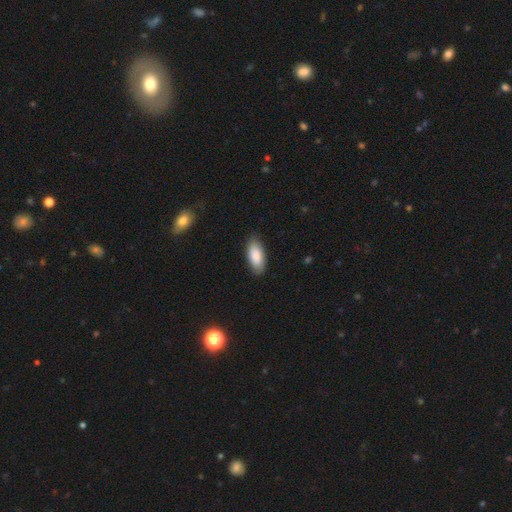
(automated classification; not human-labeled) This appears to be a smooth galaxy with no disk features (87%) that is in between round and cigar-shaped (88%). Merging: none (85%).